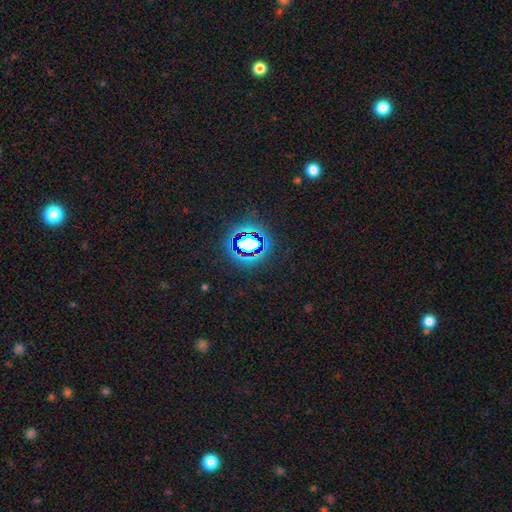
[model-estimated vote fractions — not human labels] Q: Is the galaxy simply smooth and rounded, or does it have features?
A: star or artifact — 79%.